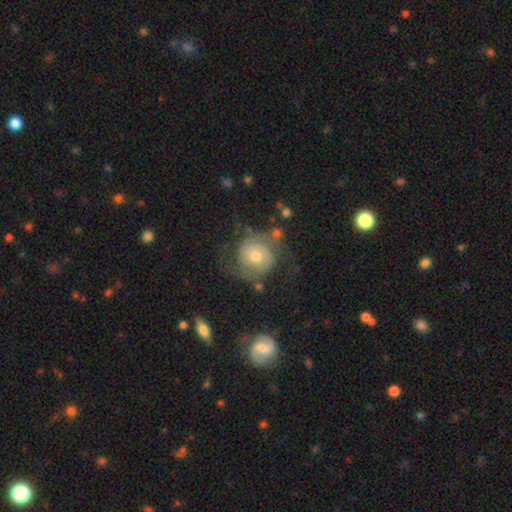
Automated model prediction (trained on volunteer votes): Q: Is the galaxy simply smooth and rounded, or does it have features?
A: featured or disk — 75%.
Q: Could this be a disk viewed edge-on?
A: no — 97%.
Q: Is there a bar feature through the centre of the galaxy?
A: no — 73%.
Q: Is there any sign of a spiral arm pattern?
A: yes — 92%.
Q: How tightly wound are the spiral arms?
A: tight — 52%.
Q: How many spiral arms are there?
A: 2 — 72%.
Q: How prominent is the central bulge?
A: moderate — 58%.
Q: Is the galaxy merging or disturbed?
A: none — 64%.